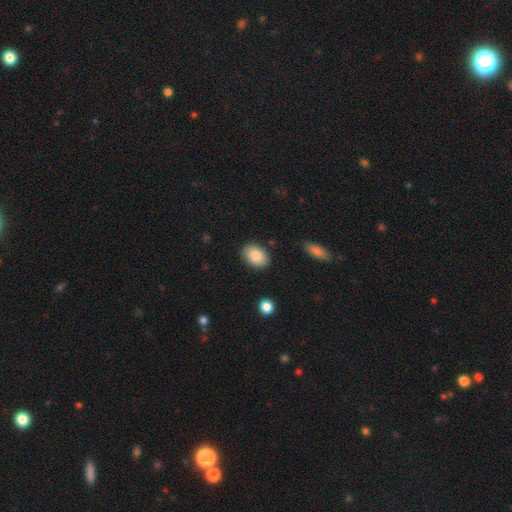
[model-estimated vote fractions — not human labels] Smooth or featured? Predicted: smooth (p=0.85). How rounded? Predicted: in between (p=0.82). Merging? Predicted: none (p=0.85).